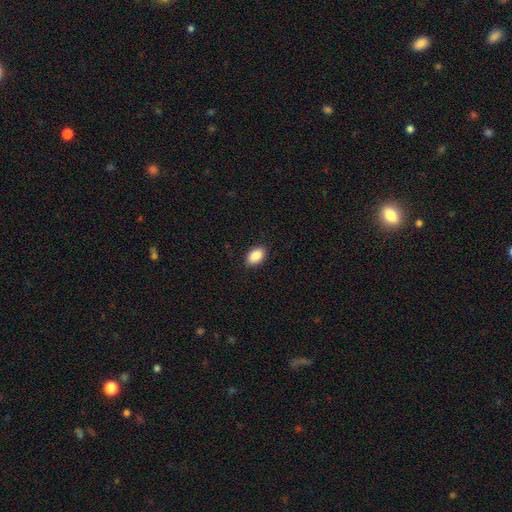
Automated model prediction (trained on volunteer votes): Smooth or featured?
  - smooth: 89% *
  - star or artifact: 7%
  - featured or disk: 3%
How rounded?
  - in between: 90% *
  - round: 9%
  - cigar-shaped: 1%
Merging?
  - none: 89% *
  - minor disturbance: 8%
  - major disturbance: 2%
  - merger: 1%